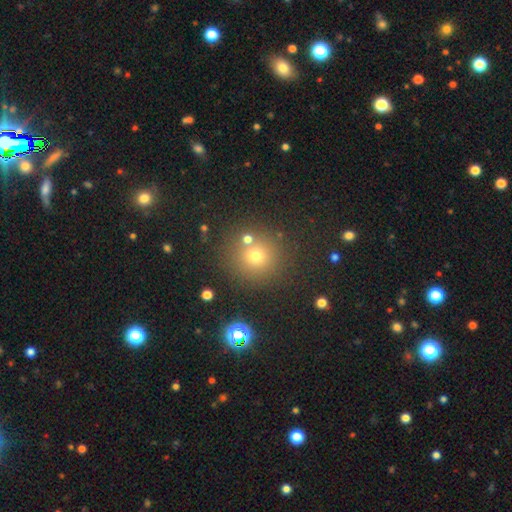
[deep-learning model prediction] smooth 69%, star or artifact 22%, featured or disk 9%. Down the decision tree: how rounded — round (93%); merging — none (79%).